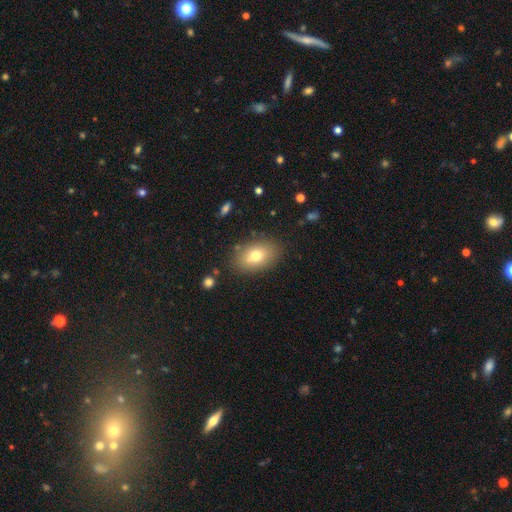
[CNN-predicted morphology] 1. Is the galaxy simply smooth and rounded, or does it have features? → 73% smooth, 17% featured or disk, 10% star or artifact.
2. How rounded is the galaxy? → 84% in between, 14% round, 2% cigar-shaped.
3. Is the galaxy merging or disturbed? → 82% none, 12% minor disturbance, 4% major disturbance, 2% merger.